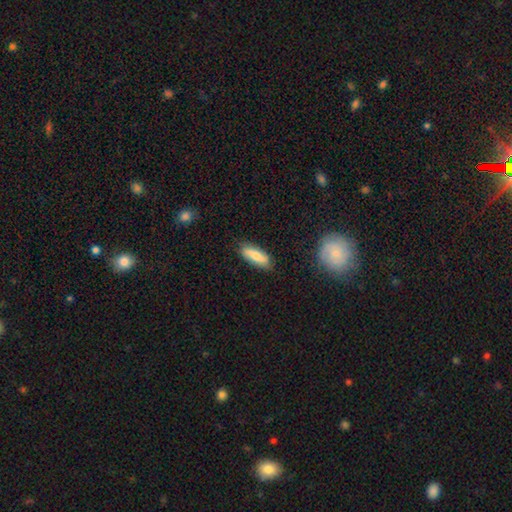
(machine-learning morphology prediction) This is likely a smooth galaxy (73%). How rounded: possibly in between (55%). Merging: clearly none (83%).